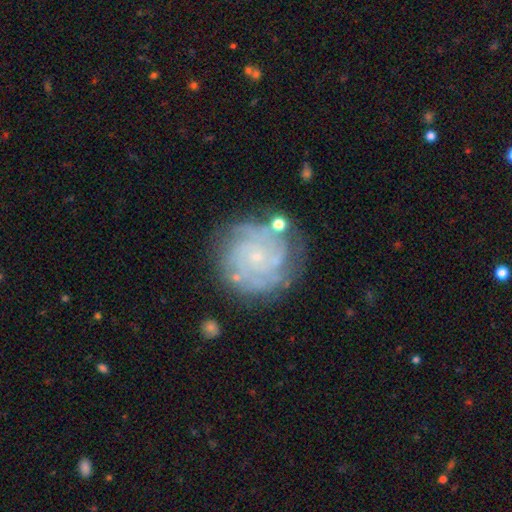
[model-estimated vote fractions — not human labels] A featured or disk galaxy (80%) with no bar (81%), tight (73%) spiral arms (94%) and a small central bulge (84%). Merging: none (74%).